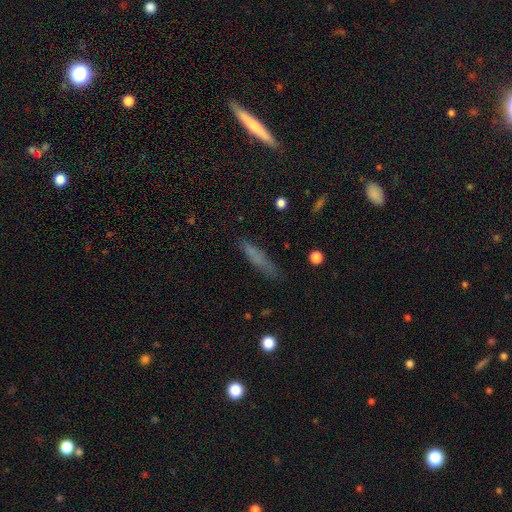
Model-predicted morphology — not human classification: This is likely a smooth galaxy (69%). How rounded: clearly cigar-shaped (85%). Merging: likely none (75%).